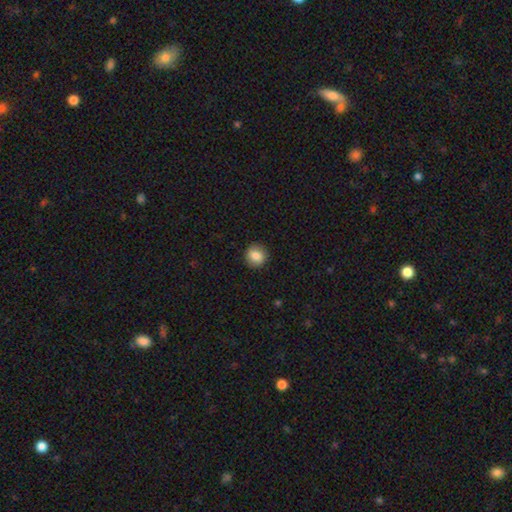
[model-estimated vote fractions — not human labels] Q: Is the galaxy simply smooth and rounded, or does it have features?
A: smooth — 83%.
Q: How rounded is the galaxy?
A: round — 90%.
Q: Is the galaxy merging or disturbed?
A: none — 90%.